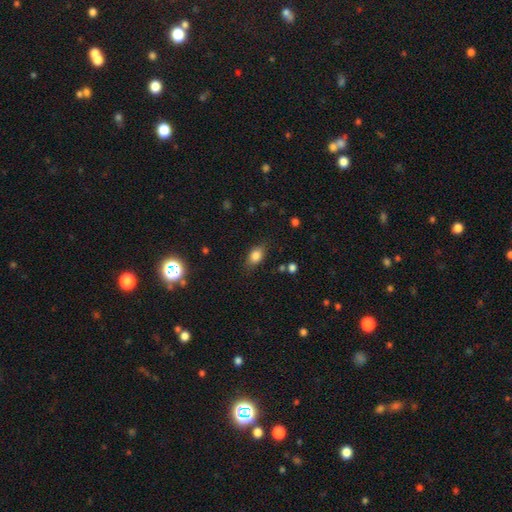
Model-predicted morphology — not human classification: The model was most divided on "how rounded": in between: 79%, round: 18%, cigar-shaped: 3%. More confident: smooth or featured — smooth (80%); merging — none (79%).